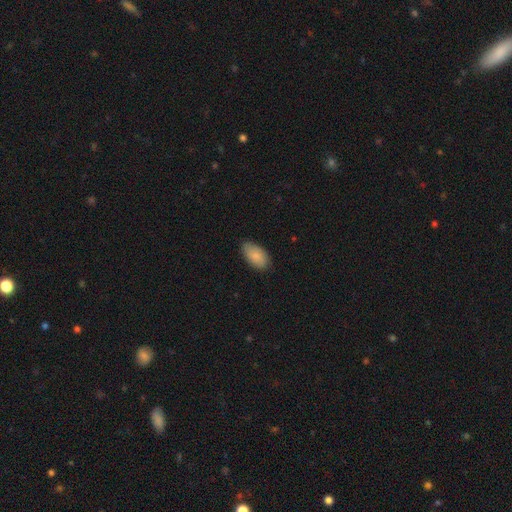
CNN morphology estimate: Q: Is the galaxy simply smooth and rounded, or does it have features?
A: smooth — 85%.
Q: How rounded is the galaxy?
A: in between — 95%.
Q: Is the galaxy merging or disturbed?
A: none — 82%.